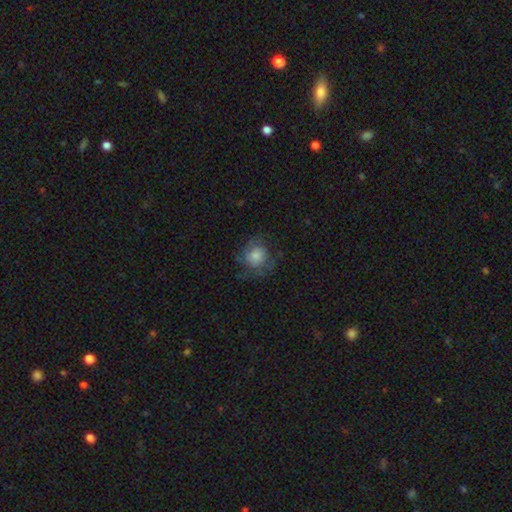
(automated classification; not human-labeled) Smooth or featured? smooth (60%)
How rounded? round (83%)
Merging? none (65%)